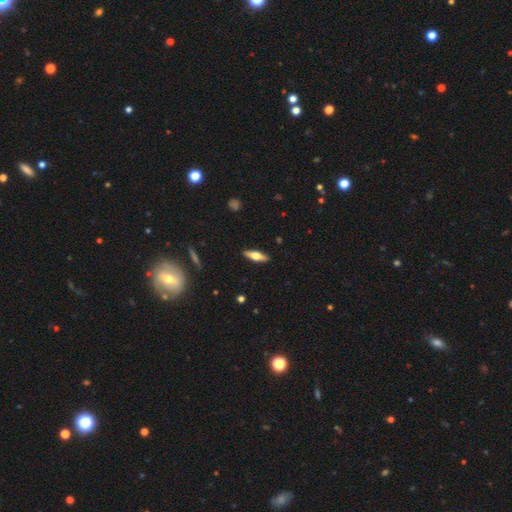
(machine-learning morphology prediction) Q: Smooth or featured?
A: featured or disk (47%); runner-up: smooth (46%)
Q: Merging?
A: none (90%); runner-up: minor disturbance (7%)